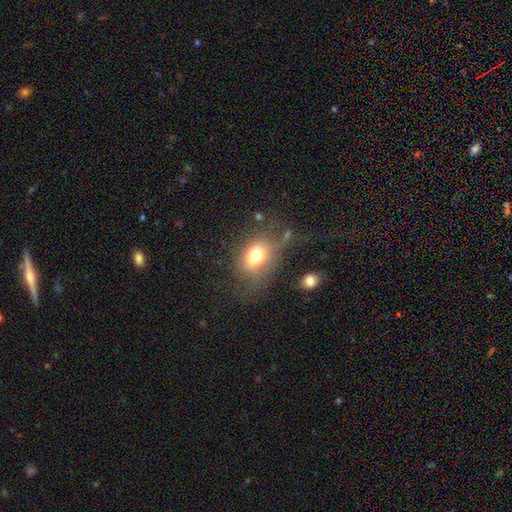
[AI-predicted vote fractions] smooth_or_featured: smooth (p=0.71) [alt: featured or disk p=0.19]
how_rounded: in between (p=0.70) [alt: round p=0.28]
merging: none (p=0.46) [alt: major disturbance p=0.24]